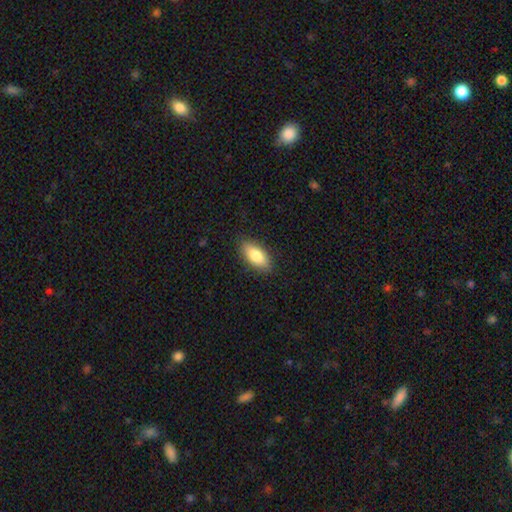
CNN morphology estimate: smooth_or_featured: smooth (p=0.81) [alt: featured or disk p=0.13]
how_rounded: in between (p=0.84) [alt: cigar-shaped p=0.13]
merging: none (p=0.86) [alt: minor disturbance p=0.10]